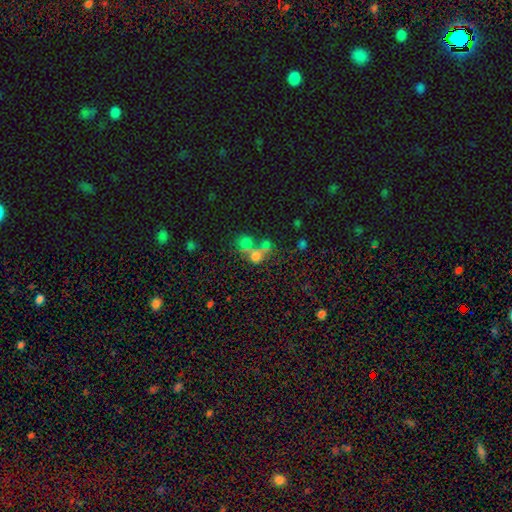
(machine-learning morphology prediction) This is possibly a smooth galaxy (58%). How rounded: likely round (70%). Merging: possibly merger (48%).